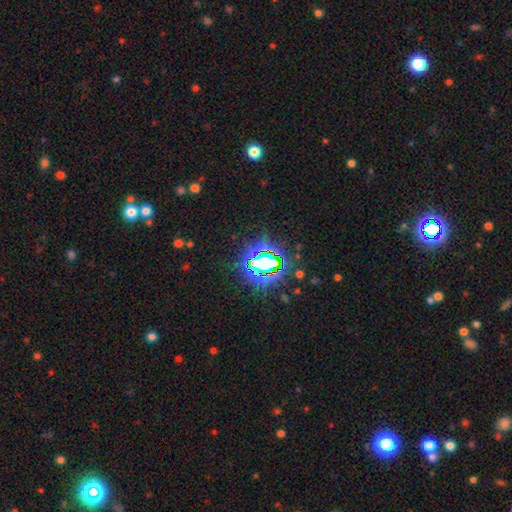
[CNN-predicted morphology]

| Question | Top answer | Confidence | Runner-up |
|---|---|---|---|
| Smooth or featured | star or artifact | 77% | smooth (13%) |